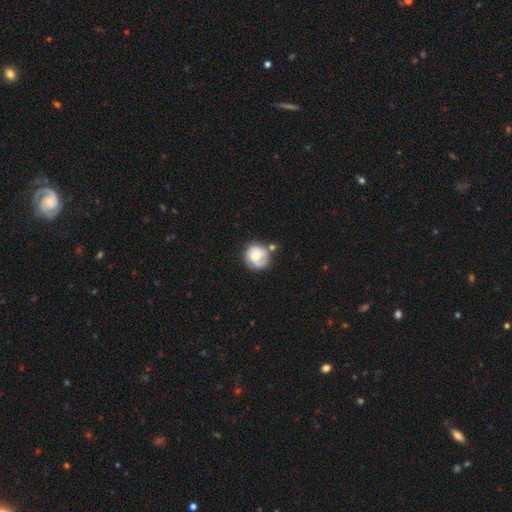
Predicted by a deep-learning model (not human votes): Smooth or featured? smooth (51%)
How rounded? round (84%)
Merging? none (52%)